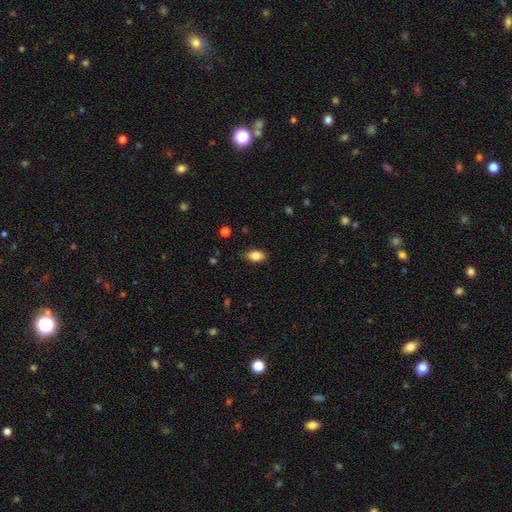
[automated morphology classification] This appears to be a smooth galaxy with no disk features (84%) that is in between round and cigar-shaped (88%). Merging: none (82%).